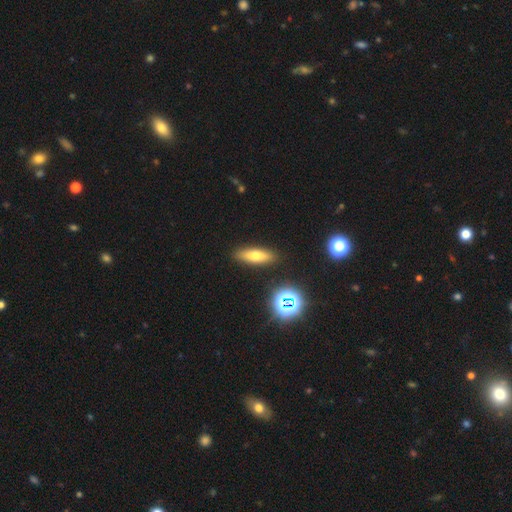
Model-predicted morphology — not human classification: This appears to be a smooth galaxy with no disk features (62%) that is cigar-shaped (48%). Merging: none (89%).